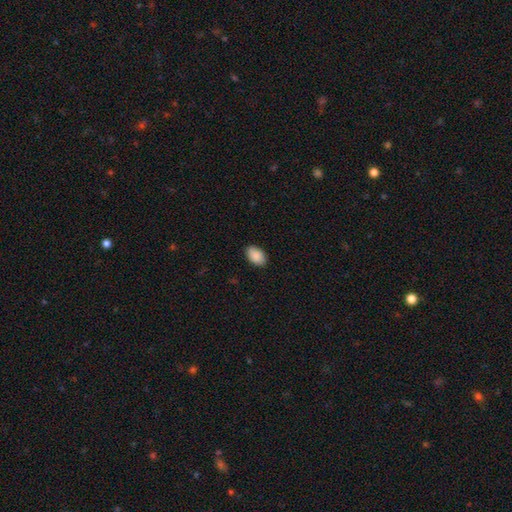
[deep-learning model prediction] smooth_or_featured: smooth (p=0.90) [alt: star or artifact p=0.06]
how_rounded: in between (p=0.91) [alt: round p=0.08]
merging: none (p=0.87) [alt: minor disturbance p=0.10]